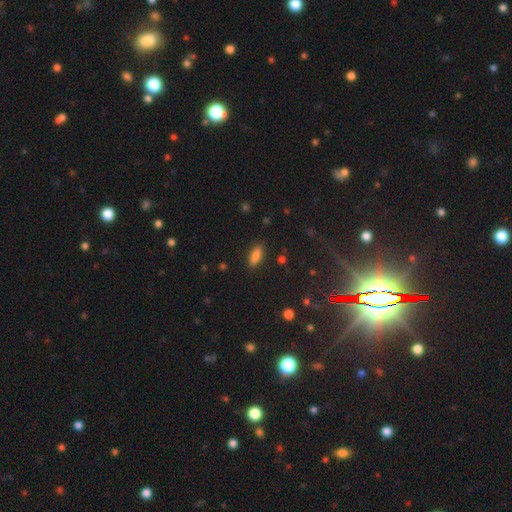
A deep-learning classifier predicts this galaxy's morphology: A smooth galaxy with no disk features (84%) that is in between round and cigar-shaped (69%).

Vote fractions:
- Smooth or featured? smooth: 84% / star or artifact: 9% / featured or disk: 6%
- How rounded? in between: 69% / cigar-shaped: 28% / round: 3%
- Merging? none: 87% / minor disturbance: 9% / major disturbance: 2% / merger: 1%